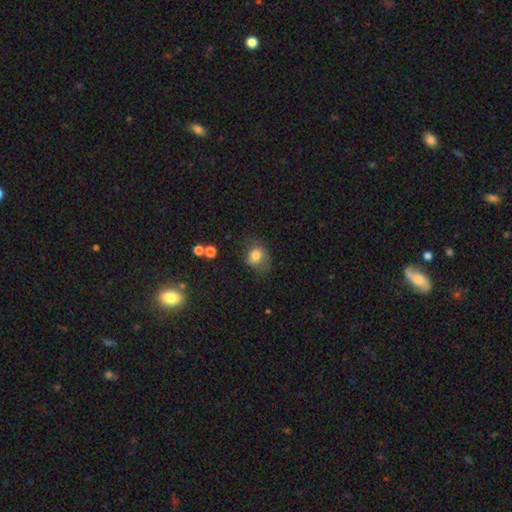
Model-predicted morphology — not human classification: Smooth or featured? smooth (76%)
How rounded? round (52%)
Merging? none (55%)